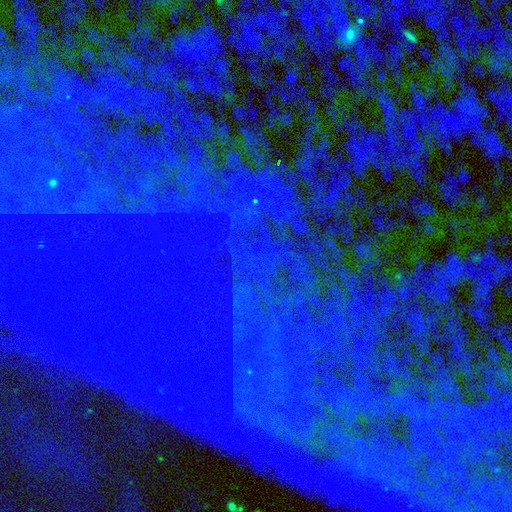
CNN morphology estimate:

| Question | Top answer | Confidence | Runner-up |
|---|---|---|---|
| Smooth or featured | star or artifact | 82% | featured or disk (9%) |